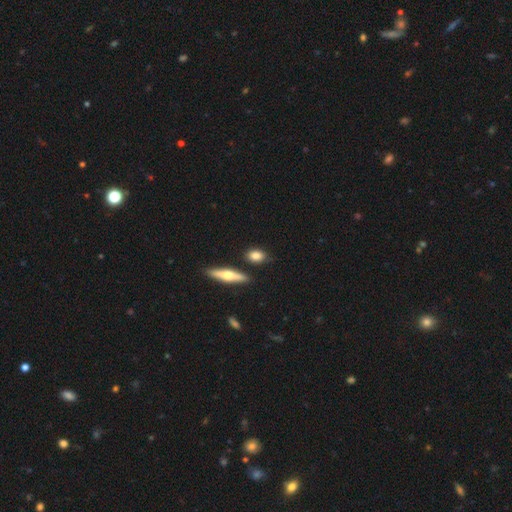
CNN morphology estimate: This appears to be a smooth galaxy with no disk features (77%) that is in between round and cigar-shaped (66%). Merging: none (78%).